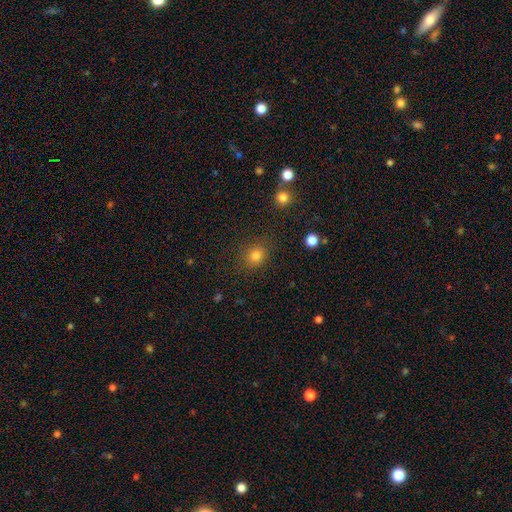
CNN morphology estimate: This is likely a smooth galaxy (80%). How rounded: likely round (73%). Merging: clearly none (86%).